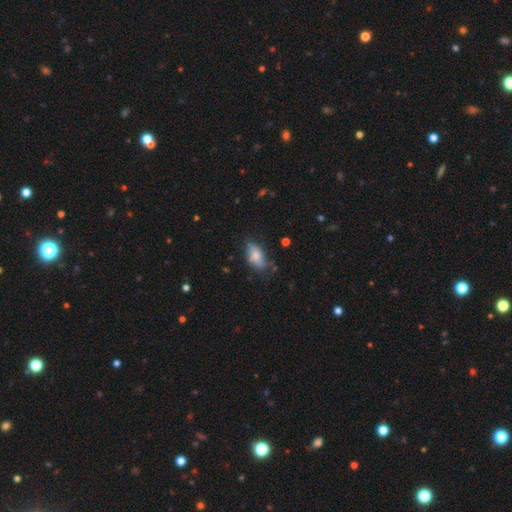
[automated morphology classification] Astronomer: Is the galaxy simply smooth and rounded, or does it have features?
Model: smooth — 66%.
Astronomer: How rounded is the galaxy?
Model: in between — 88%.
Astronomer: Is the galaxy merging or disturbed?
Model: none — 58%.